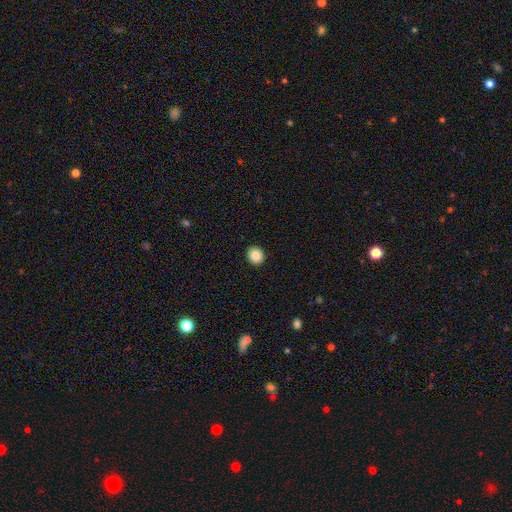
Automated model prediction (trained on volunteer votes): A smooth galaxy with no disk features (87%) that is round (85%).

Vote fractions:
- Smooth or featured? smooth: 87% / star or artifact: 9% / featured or disk: 4%
- How rounded? round: 85% / in between: 14% / cigar-shaped: 1%
- Merging? none: 93% / minor disturbance: 5% / major disturbance: 2% / merger: 1%